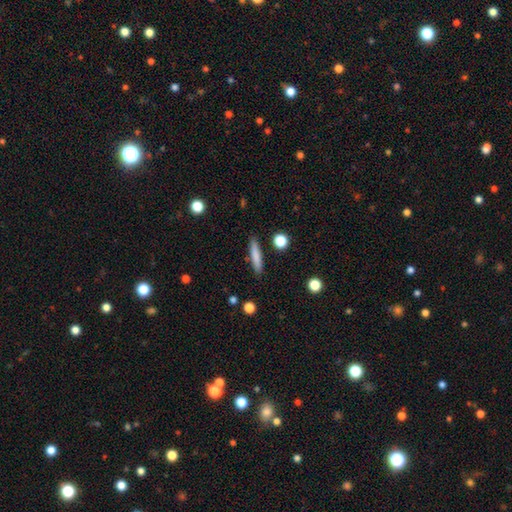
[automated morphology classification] The model was most divided on "smooth or featured": smooth: 79%, featured or disk: 14%, star or artifact: 7%. More confident: merging — none (89%); how rounded — cigar-shaped (89%).